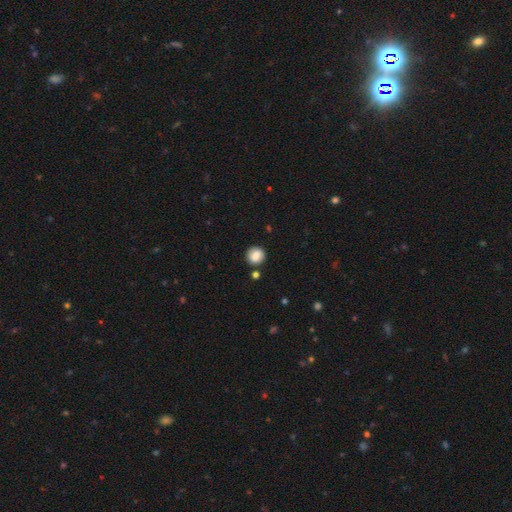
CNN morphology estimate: Smooth or featured? Predicted: smooth (p=0.83). How rounded? Predicted: round (p=0.86). Merging? Predicted: none (p=0.81).